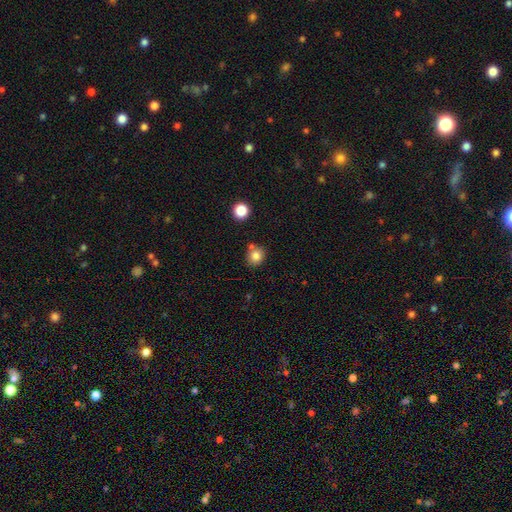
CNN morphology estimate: smooth-or-featured: smooth: 82% | star or artifact: 11% | featured or disk: 7%
  how-rounded: round: 80% | in between: 19% | cigar-shaped: 1%
  merging: none: 69% | merger: 15% | minor disturbance: 13% | major disturbance: 3%